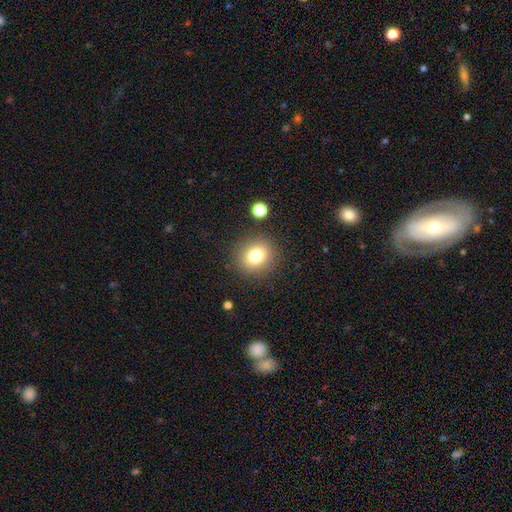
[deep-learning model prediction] A smooth galaxy with no disk features (78%) that is round (76%). Merging: none (86%).